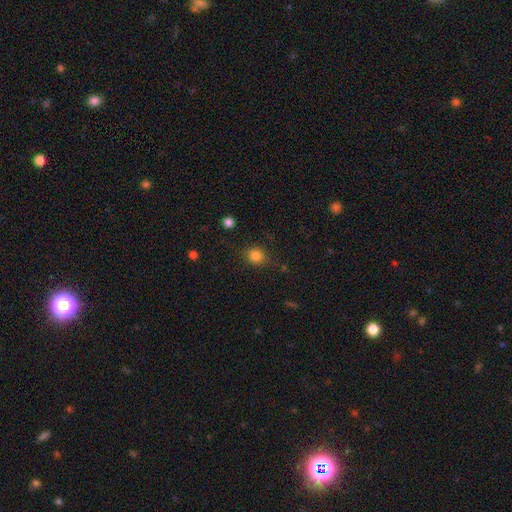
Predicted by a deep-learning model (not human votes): This appears to be a smooth galaxy with no disk features (83%) that is round (82%). Merging: none (81%).